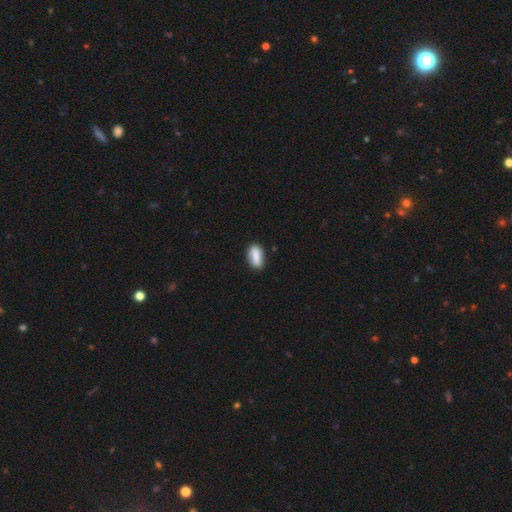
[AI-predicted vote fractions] The model was most divided on "how rounded": in between: 78%, cigar-shaped: 17%, round: 5%. More confident: smooth or featured — smooth (82%); merging — none (82%).